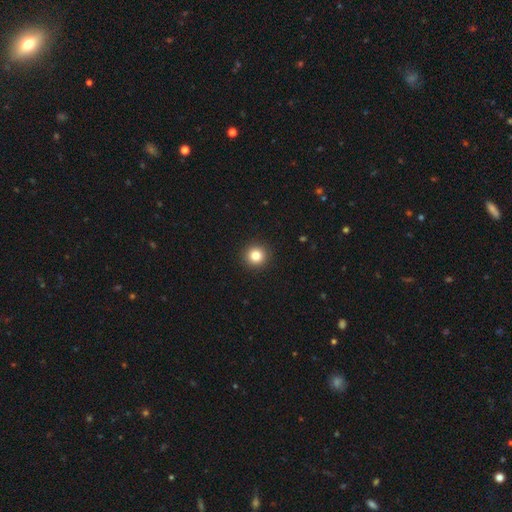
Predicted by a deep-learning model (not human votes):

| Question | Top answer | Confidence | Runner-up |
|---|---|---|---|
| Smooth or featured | smooth | 84% | star or artifact (11%) |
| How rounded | round | 94% | in between (5%) |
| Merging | none | 93% | minor disturbance (4%) |